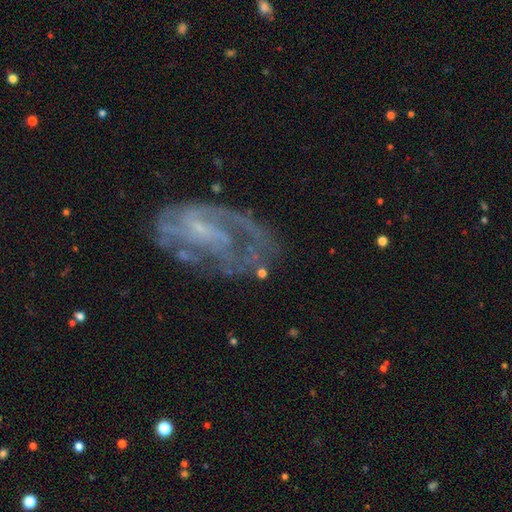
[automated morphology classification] The model was most divided on "spiral winding": tight: 41%, medium: 38%, loose: 20%. Remaining: edge-on disk — no (96%); spiral arms — yes (77%); smooth or featured — featured or disk (77%); bulge size — small (59%); merging — none (52%); bar — no (50%); spiral arm count — can't tell (37%).